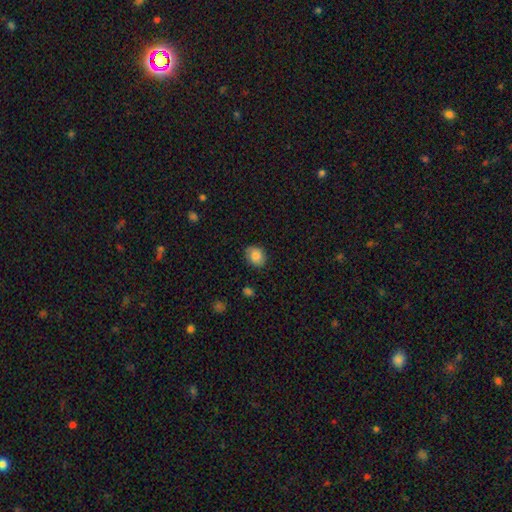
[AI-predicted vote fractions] smooth_or_featured: smooth (p=0.81) [alt: featured or disk p=0.10]
how_rounded: in between (p=0.52) [alt: round p=0.47]
merging: none (p=0.82) [alt: minor disturbance p=0.14]